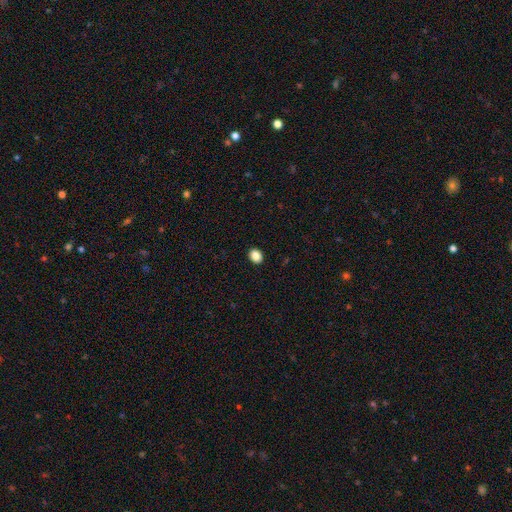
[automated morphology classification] Smooth or featured?
  - smooth: 87% *
  - star or artifact: 9%
  - featured or disk: 3%
How rounded?
  - in between: 57% *
  - round: 42%
  - cigar-shaped: 1%
Merging?
  - none: 92% *
  - minor disturbance: 6%
  - major disturbance: 2%
  - merger: 1%